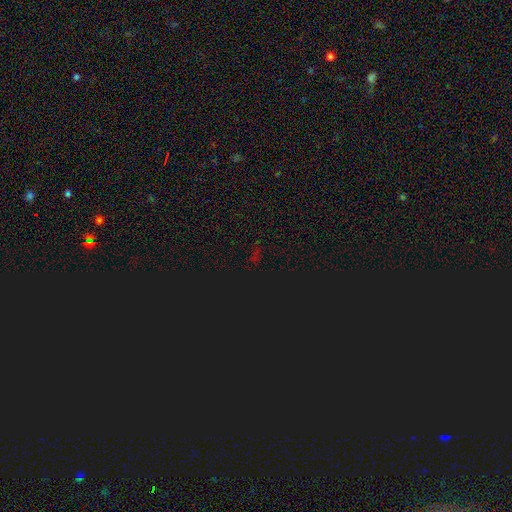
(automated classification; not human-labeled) A star or artifact, not a galaxy (75%).